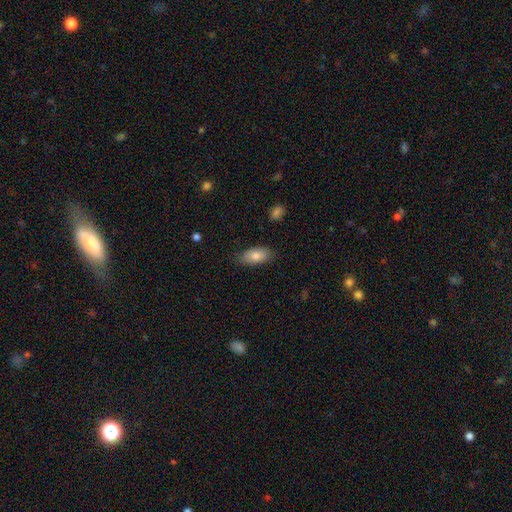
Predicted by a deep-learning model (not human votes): A smooth galaxy with no disk features (80%) that is in between round and cigar-shaped (92%). Merging: none (83%).